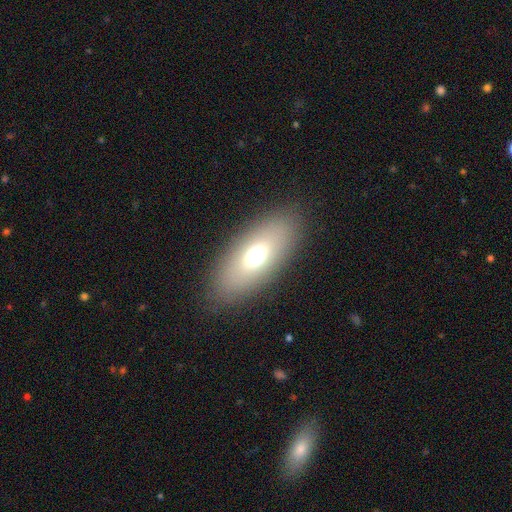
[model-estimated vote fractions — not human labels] A smooth galaxy with no disk features (66%) that is in between round and cigar-shaped (85%). Merging: none (86%).